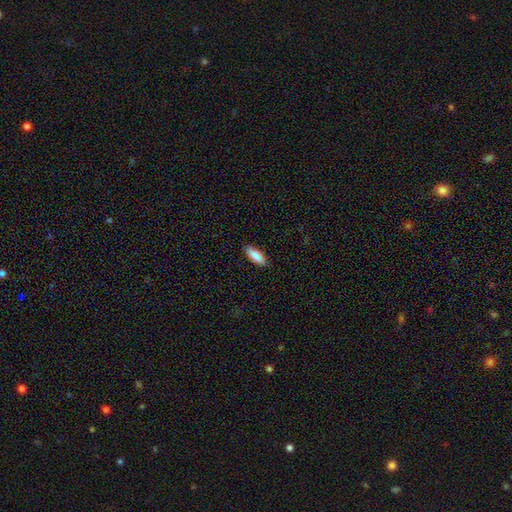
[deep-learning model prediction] A smooth galaxy with no disk features (89%) that is in between round and cigar-shaped (68%).

Vote fractions:
- Smooth or featured? smooth: 89% / star or artifact: 6% / featured or disk: 6%
- How rounded? in between: 68% / cigar-shaped: 30% / round: 2%
- Merging? none: 88% / minor disturbance: 9% / major disturbance: 2% / merger: 1%